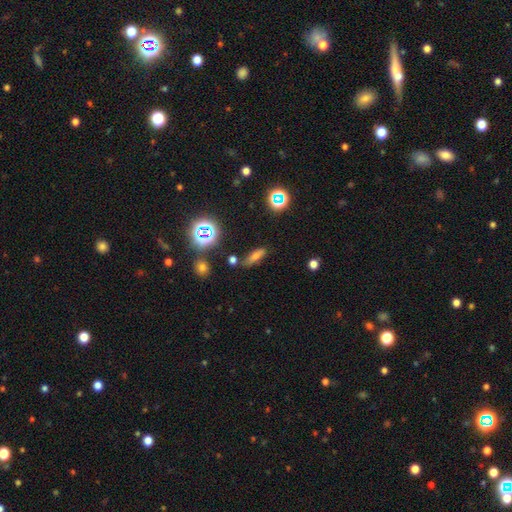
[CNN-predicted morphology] smooth_or_featured: smooth (p=0.64) [alt: star or artifact p=0.20]
how_rounded: cigar-shaped (p=0.57) [alt: in between p=0.36]
merging: none (p=0.77) [alt: minor disturbance p=0.14]